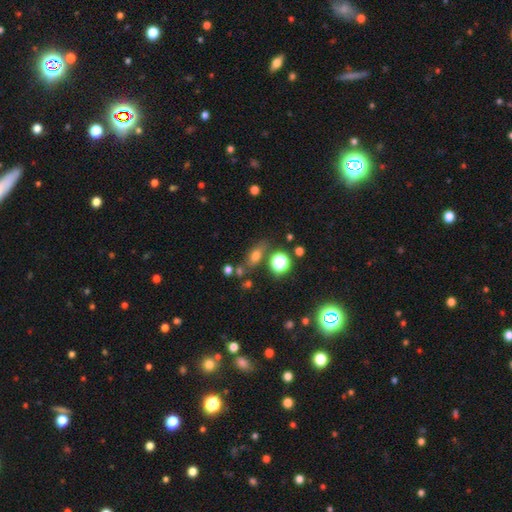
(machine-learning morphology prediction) smooth 67%, star or artifact 18%, featured or disk 15%. Down the decision tree: how rounded — in between (65%); merging — none (68%).